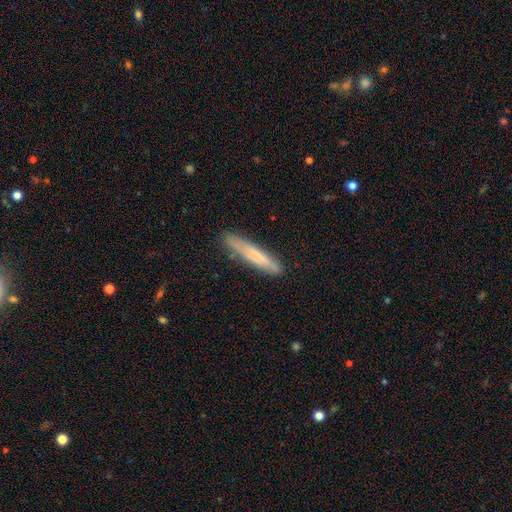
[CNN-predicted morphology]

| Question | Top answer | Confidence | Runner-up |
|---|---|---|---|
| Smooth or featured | smooth | 64% | featured or disk (30%) |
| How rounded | cigar-shaped | 92% | in between (7%) |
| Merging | none | 83% | minor disturbance (13%) |